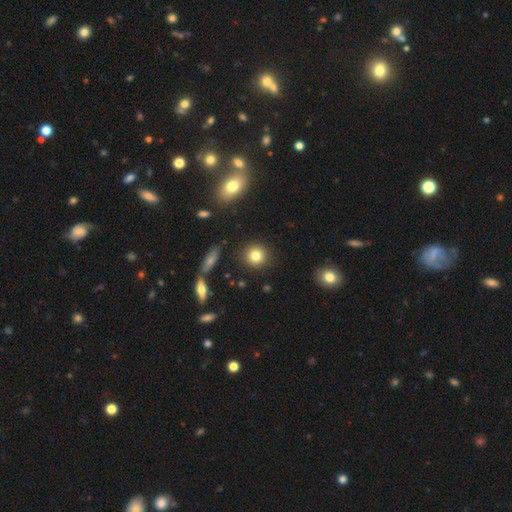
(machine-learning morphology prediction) This is clearly a smooth galaxy (82%). How rounded: clearly round (90%). Merging: clearly none (89%).